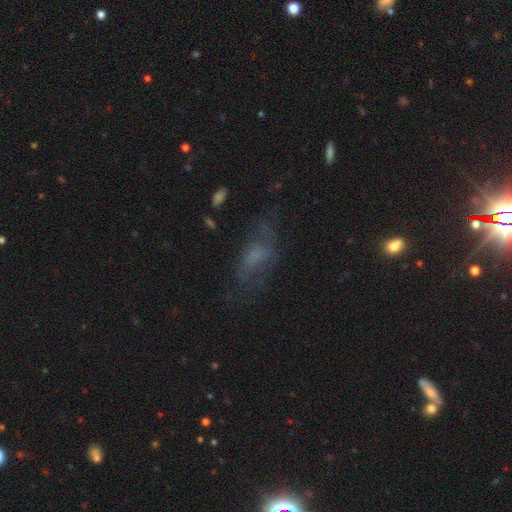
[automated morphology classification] type=smooth (45%); merging=none (51%).